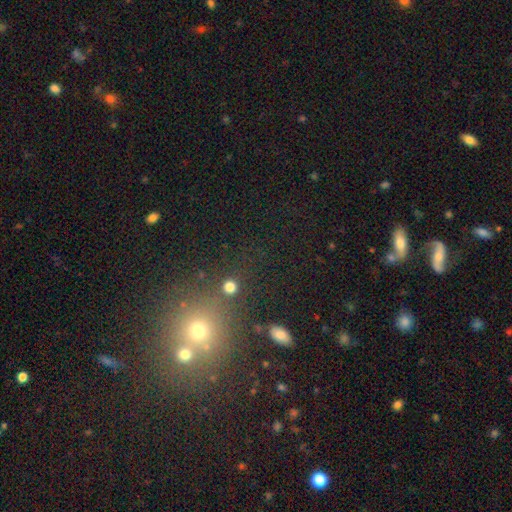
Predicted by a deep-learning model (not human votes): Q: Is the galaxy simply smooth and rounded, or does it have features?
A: star or artifact — 48%.